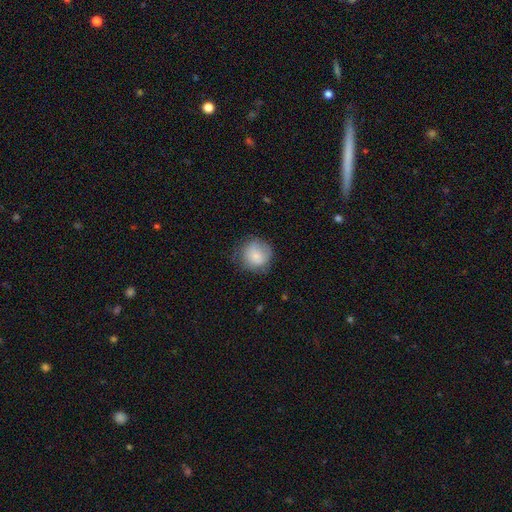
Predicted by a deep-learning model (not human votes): Smooth or featured: smooth — 79% (featured or disk — 13%)
How rounded: round — 89% (in between — 10%)
Merging: none — 70% (minor disturbance — 21%)